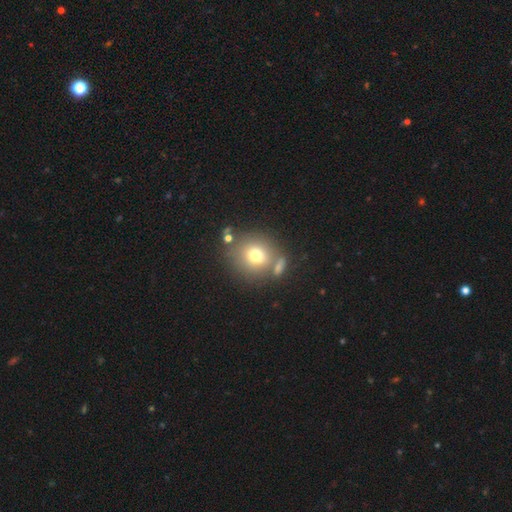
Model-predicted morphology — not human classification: type=smooth (73%); roundness=round (86%); merging=none (68%).